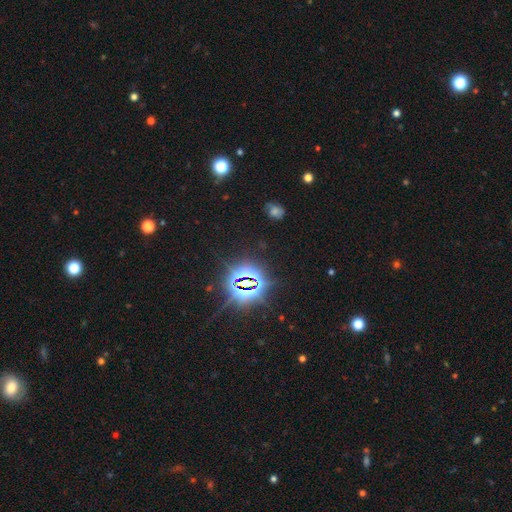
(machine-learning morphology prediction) Overall: star or artifact (84%).